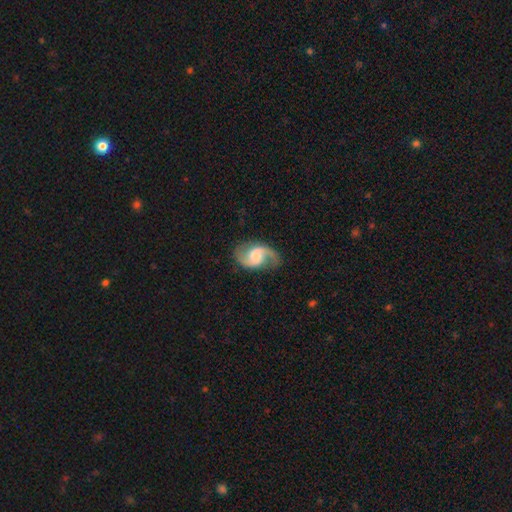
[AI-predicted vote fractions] This is clearly a featured or disk galaxy (85%). It is clearly not viewed edge-on (98%). Bar: possibly weak (47%). Spiral arm pattern: clearly yes (97%). Spiral arm count: clearly 2 (92%). Spiral winding: possibly loose (49%). Central bulge: possibly moderate (50%). Merging: clearly none (80%).